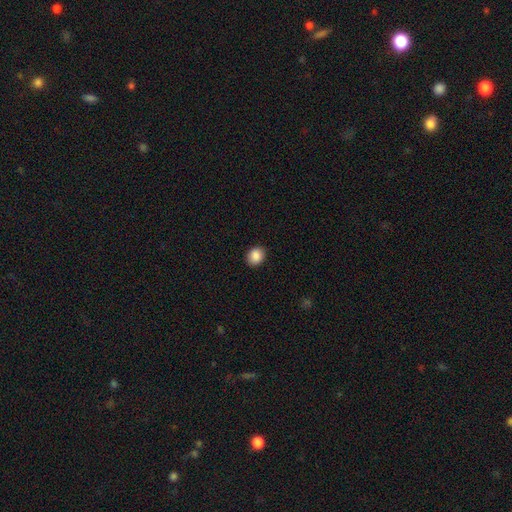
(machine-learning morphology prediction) type=smooth (89%); roundness=round (61%); merging=none (90%).